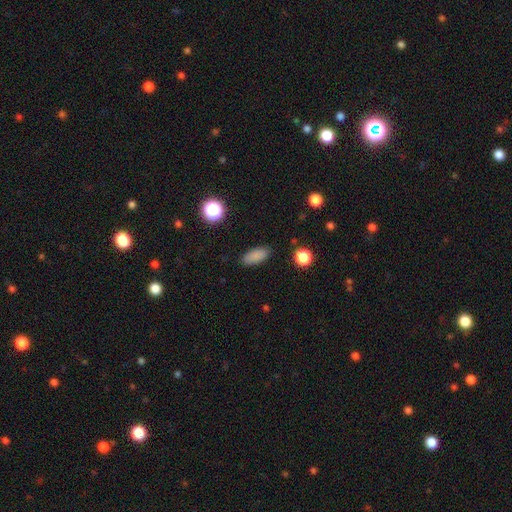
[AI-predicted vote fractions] A smooth galaxy with no disk features (84%) that is in between round and cigar-shaped (83%). Merging: none (86%).